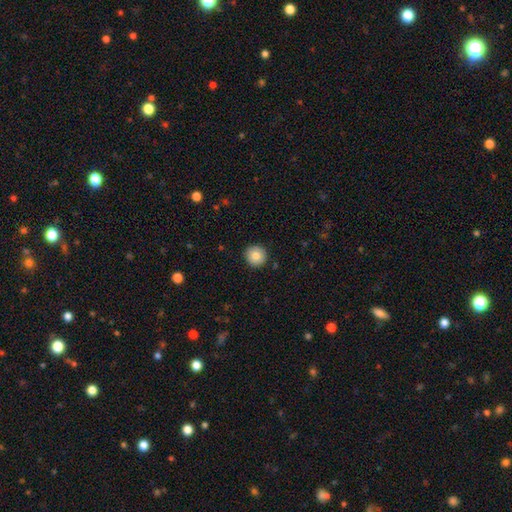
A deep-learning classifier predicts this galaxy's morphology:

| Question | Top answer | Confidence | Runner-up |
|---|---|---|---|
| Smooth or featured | smooth | 83% | featured or disk (9%) |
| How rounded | round | 95% | in between (4%) |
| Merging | none | 92% | minor disturbance (6%) |